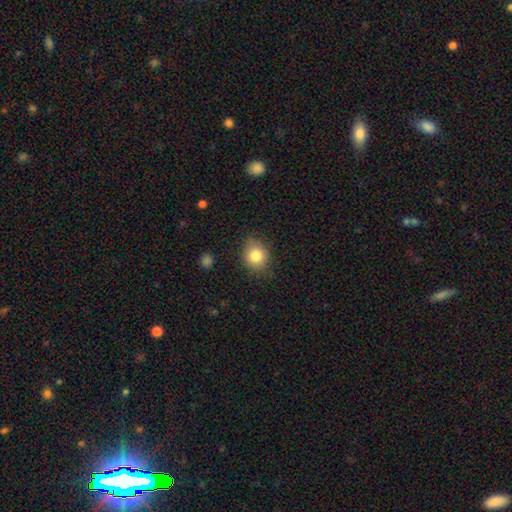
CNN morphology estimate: type=smooth (82%); roundness=round (55%); merging=none (81%).